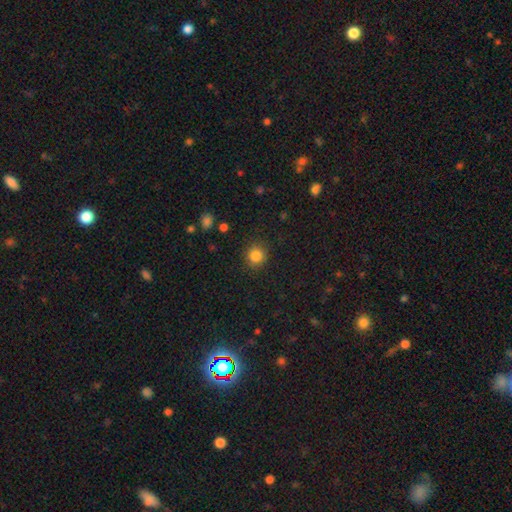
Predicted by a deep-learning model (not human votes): This is clearly a smooth galaxy (84%). How rounded: clearly round (91%). Merging: clearly none (89%).